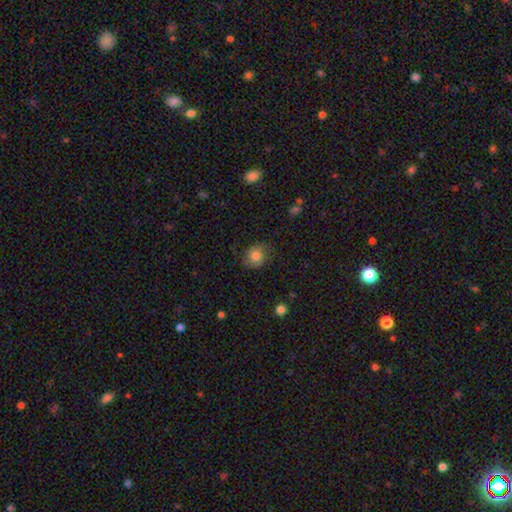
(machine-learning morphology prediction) Smooth or featured? Predicted: smooth (p=0.78). How rounded? Predicted: round (p=0.69). Merging? Predicted: none (p=0.75).